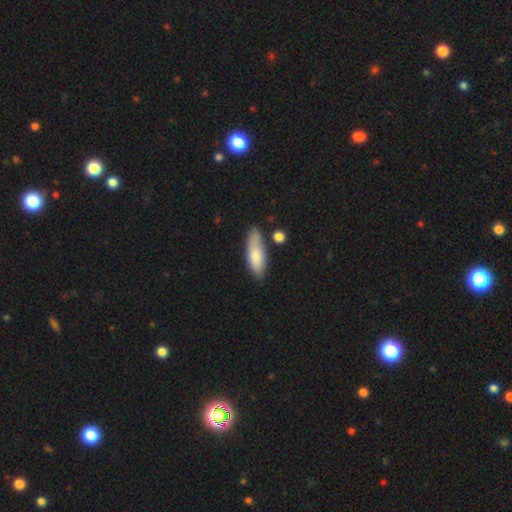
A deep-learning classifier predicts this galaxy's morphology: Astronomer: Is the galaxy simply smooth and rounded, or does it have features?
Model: smooth — 79%.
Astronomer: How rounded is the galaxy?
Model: in between — 54% (runner-up: cigar-shaped, 44%).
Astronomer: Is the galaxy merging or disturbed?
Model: none — 72%.